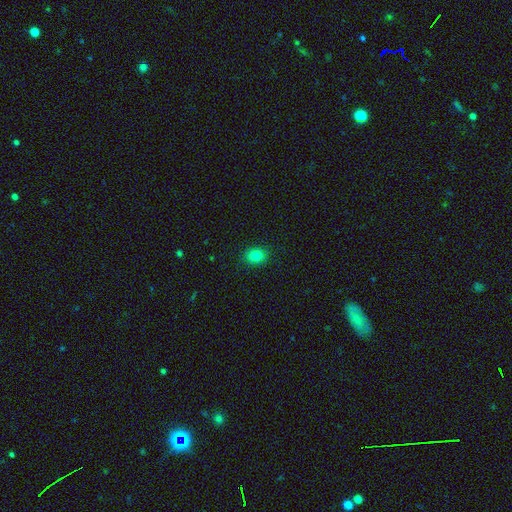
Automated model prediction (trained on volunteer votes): smooth 83%, star or artifact 12%, featured or disk 5%. Down the decision tree: how rounded — round (58%); merging — none (89%).